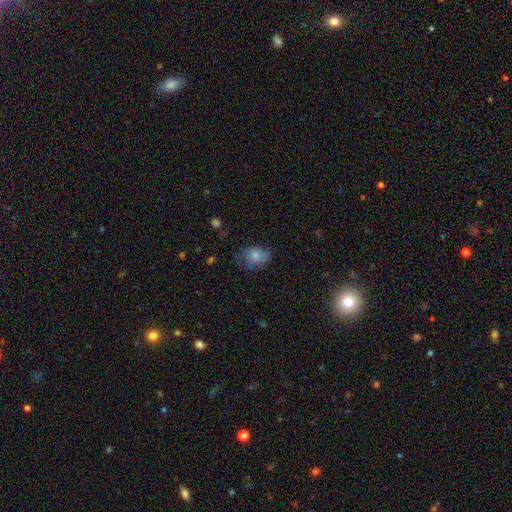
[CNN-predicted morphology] A smooth galaxy with no disk features (77%) that is in between round and cigar-shaped (55%).

Vote fractions:
- Smooth or featured? smooth: 77% / featured or disk: 14% / star or artifact: 9%
- How rounded? in between: 55% / round: 44% / cigar-shaped: 1%
- Merging? none: 51% / minor disturbance: 31% / major disturbance: 16% / merger: 2%